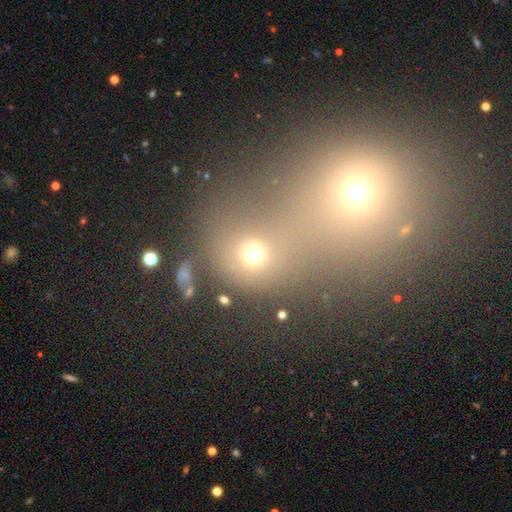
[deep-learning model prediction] Smooth or featured? smooth (64%)
How rounded? round (74%)
Merging? none (53%)